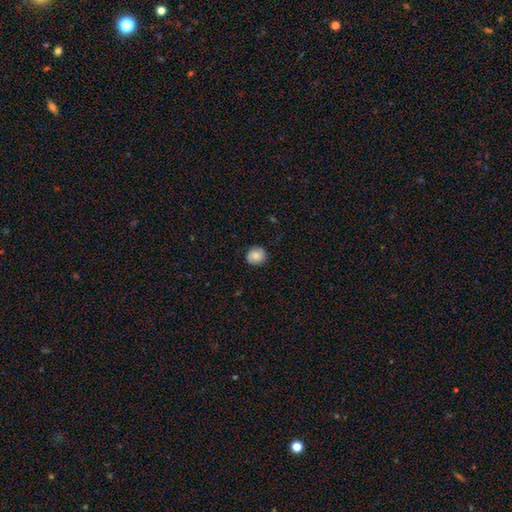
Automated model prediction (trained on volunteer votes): The model was most divided on "how rounded": round: 84%, in between: 16%, cigar-shaped: 1%. More confident: merging — none (87%); smooth or featured — smooth (85%).